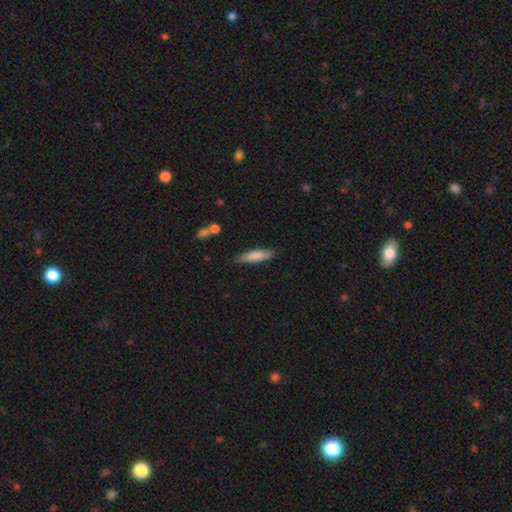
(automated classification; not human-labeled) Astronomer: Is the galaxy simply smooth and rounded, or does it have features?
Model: smooth — 82%.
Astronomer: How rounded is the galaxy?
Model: cigar-shaped — 74%.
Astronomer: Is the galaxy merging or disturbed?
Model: none — 86%.